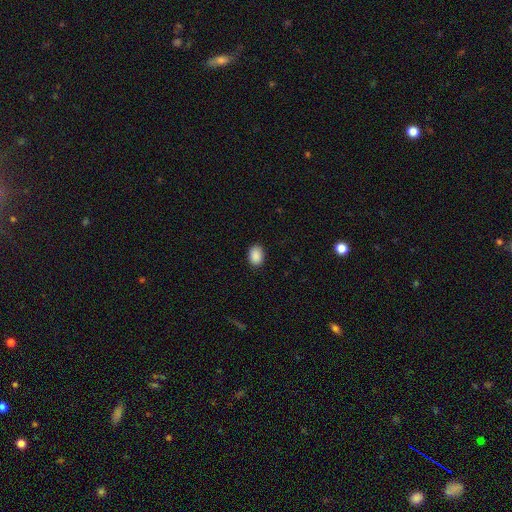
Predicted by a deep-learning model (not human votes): smooth-or-featured: smooth: 90% | star or artifact: 8% | featured or disk: 2%
  how-rounded: in between: 76% | round: 23% | cigar-shaped: 1%
  merging: none: 88% | minor disturbance: 9% | major disturbance: 2% | merger: 1%